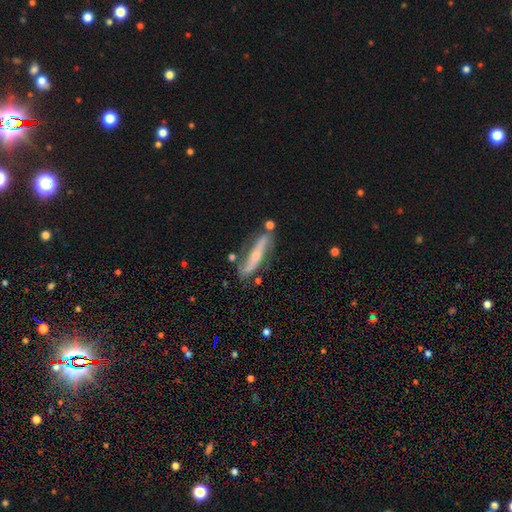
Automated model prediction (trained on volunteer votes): Smooth or featured? Predicted: featured or disk (p=0.72). Edge-on disk? Predicted: yes (p=0.54). Merging? Predicted: none (p=0.72).